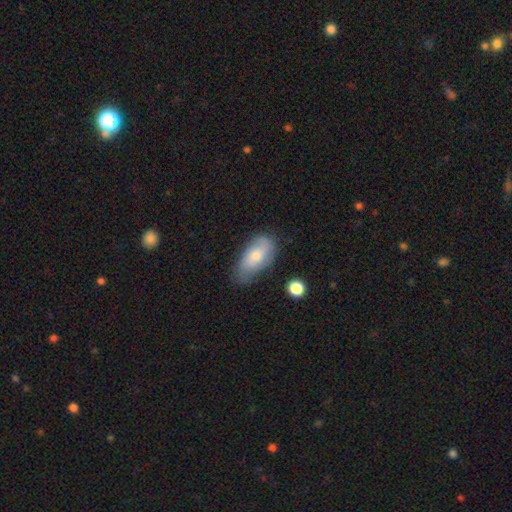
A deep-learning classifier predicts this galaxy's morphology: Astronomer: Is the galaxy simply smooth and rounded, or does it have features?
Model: smooth — 59% (runner-up: featured or disk, 34%).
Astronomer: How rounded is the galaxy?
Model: in between — 89%.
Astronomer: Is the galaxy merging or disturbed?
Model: none — 52% (runner-up: minor disturbance, 35%).